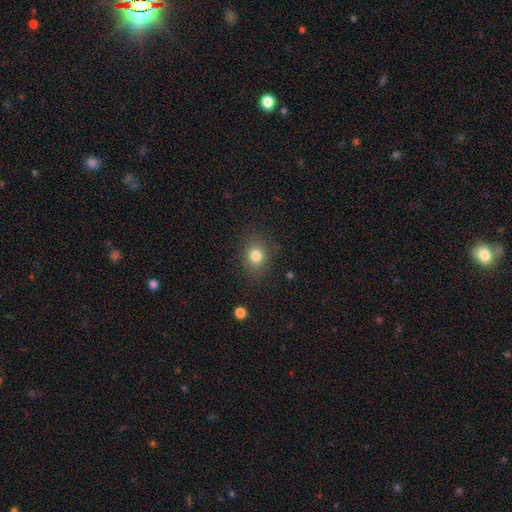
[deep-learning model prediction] This is clearly a smooth galaxy (80%). How rounded: possibly round (59%). Merging: clearly none (82%).